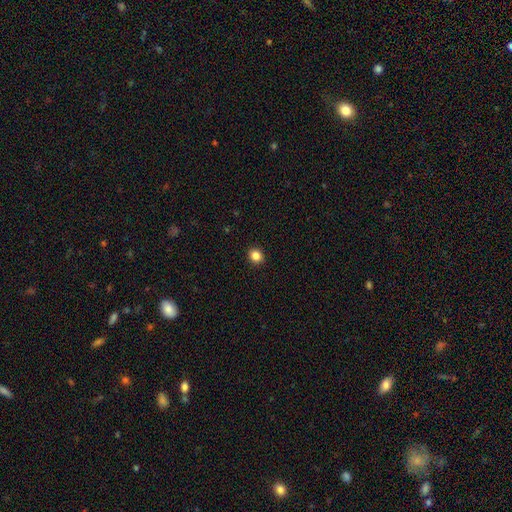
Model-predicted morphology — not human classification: Smooth or featured?
  - smooth: 85% *
  - star or artifact: 11%
  - featured or disk: 4%
How rounded?
  - round: 78% *
  - in between: 21%
  - cigar-shaped: 1%
Merging?
  - none: 92% *
  - minor disturbance: 5%
  - major disturbance: 2%
  - merger: 1%